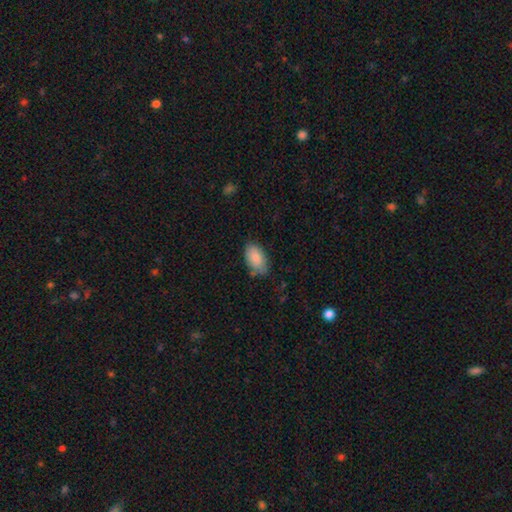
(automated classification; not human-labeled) This appears to be a smooth galaxy with no disk features (87%) that is in between round and cigar-shaped (94%). Merging: none (73%).